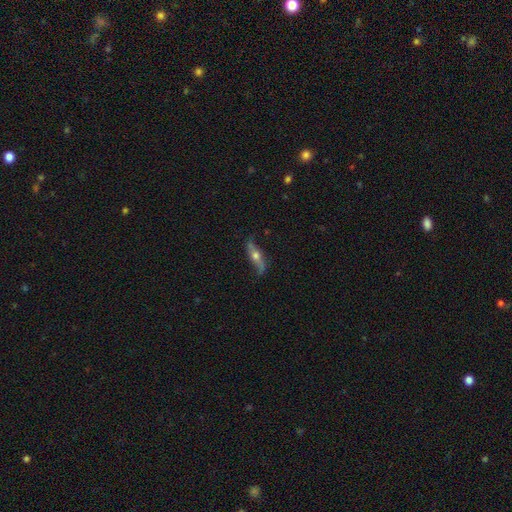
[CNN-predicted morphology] This is likely a featured or disk galaxy (62%). It is likely viewed edge-on (60%). Merging: likely none (72%).